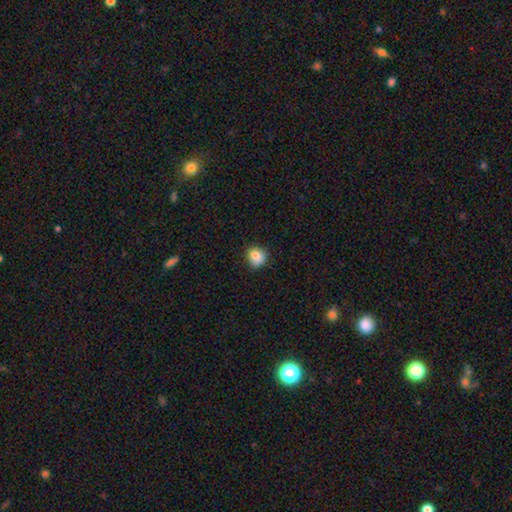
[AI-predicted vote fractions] The model was most divided on "how rounded": round: 80%, in between: 19%, cigar-shaped: 1%. More confident: smooth or featured — smooth (84%); merging — none (78%).